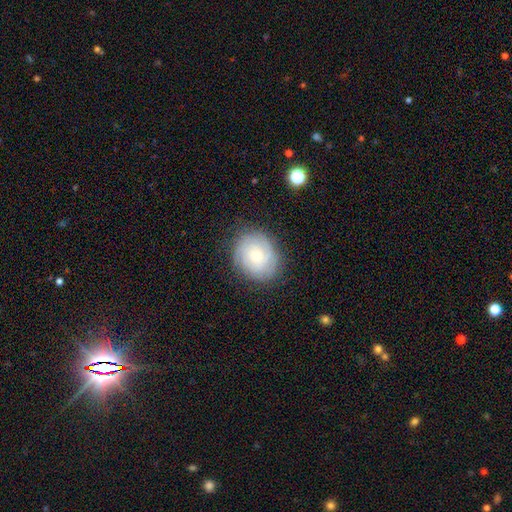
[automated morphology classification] Q: Smooth or featured?
A: featured or disk (51%); runner-up: smooth (36%)
Q: Edge-on disk?
A: no (97%); runner-up: yes (3%)
Q: Merging?
A: none (82%); runner-up: minor disturbance (13%)